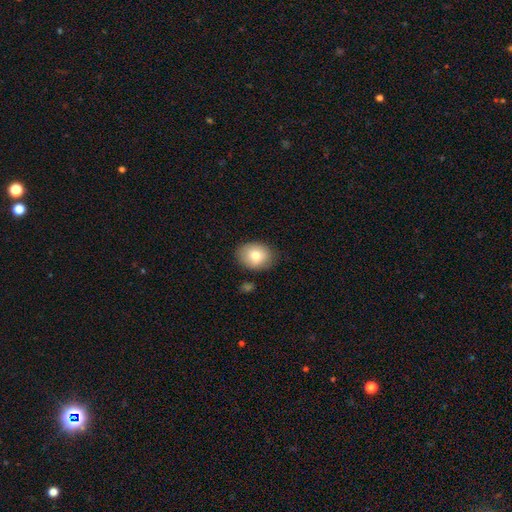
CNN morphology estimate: This is likely a smooth galaxy (78%). How rounded: possibly in between (59%). Merging: clearly none (81%).